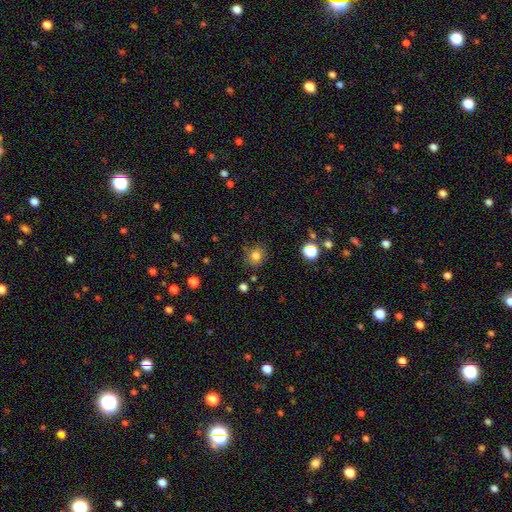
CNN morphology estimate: This is likely a smooth galaxy (78%). How rounded: likely round (76%). Merging: likely none (78%).